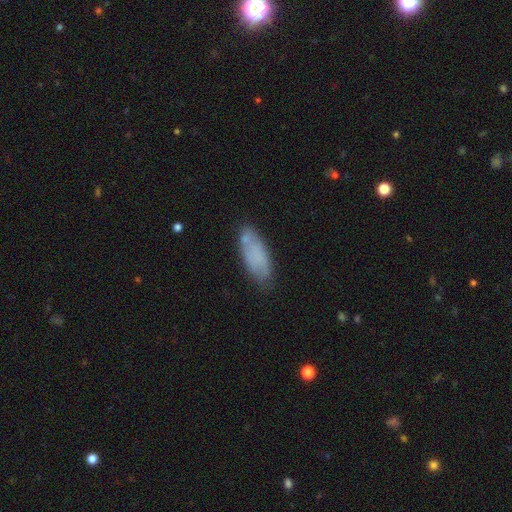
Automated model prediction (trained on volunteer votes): A smooth galaxy with no disk features (70%) that is in between round and cigar-shaped (73%).

Vote fractions:
- Smooth or featured? smooth: 70% / featured or disk: 22% / star or artifact: 8%
- How rounded? in between: 73% / cigar-shaped: 24% / round: 2%
- Merging? none: 71% / minor disturbance: 20% / major disturbance: 5% / merger: 5%